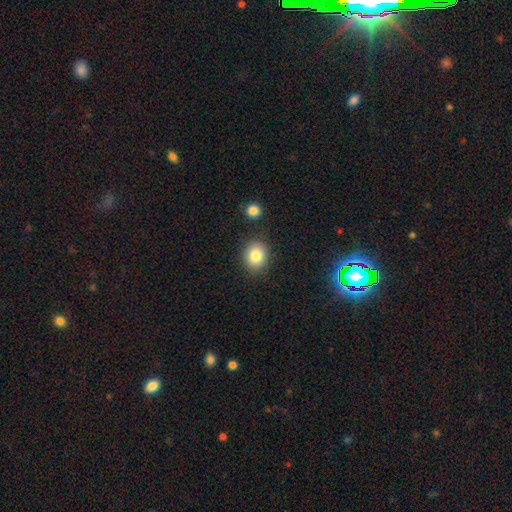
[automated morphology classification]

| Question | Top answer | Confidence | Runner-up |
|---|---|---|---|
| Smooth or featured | smooth | 84% | star or artifact (9%) |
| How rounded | round | 66% | in between (33%) |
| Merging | none | 84% | minor disturbance (9%) |